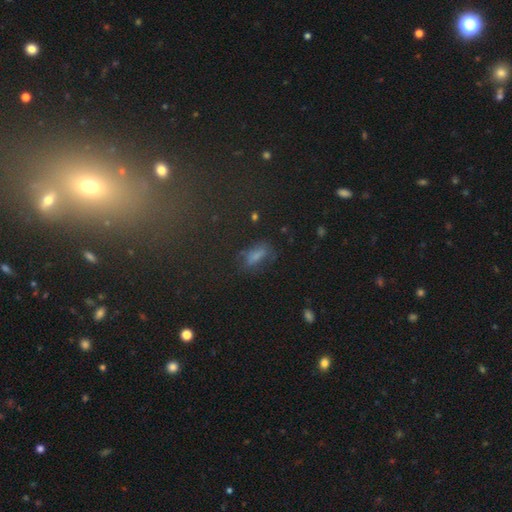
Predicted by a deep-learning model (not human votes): This appears to be a smooth galaxy with no disk features (59%) that is in between round and cigar-shaped (71%). Merging: none (55%).